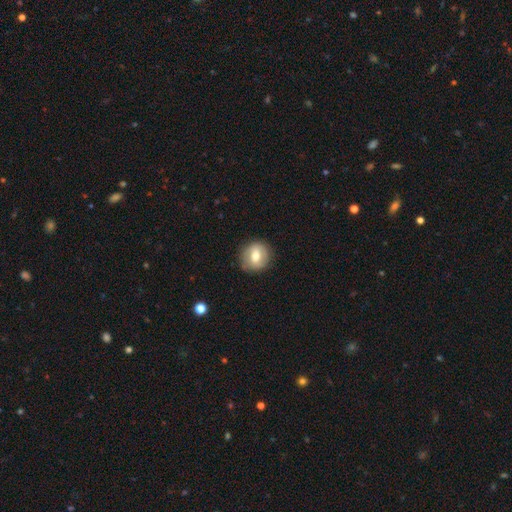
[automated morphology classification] The model was most divided on "smooth or featured": smooth: 61%, featured or disk: 31%, star or artifact: 7%. More confident: merging — none (84%); how rounded — round (81%).